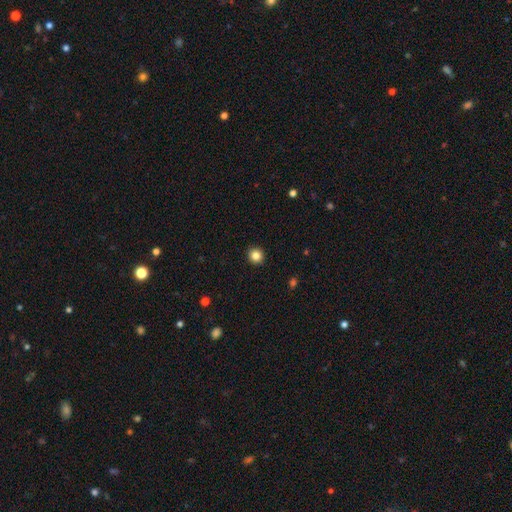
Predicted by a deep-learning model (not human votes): Q: Smooth or featured?
A: smooth (84%); runner-up: star or artifact (11%)
Q: How rounded?
A: round (89%); runner-up: in between (11%)
Q: Merging?
A: none (92%); runner-up: minor disturbance (5%)